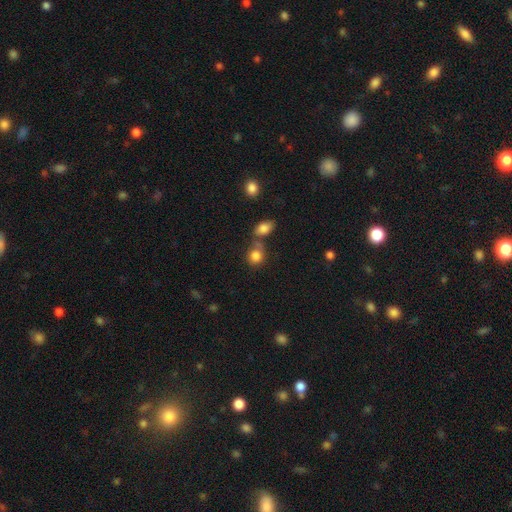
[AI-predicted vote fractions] Smooth or featured? Predicted: smooth (p=0.83). How rounded? Predicted: round (p=0.73). Merging? Predicted: none (p=0.53).